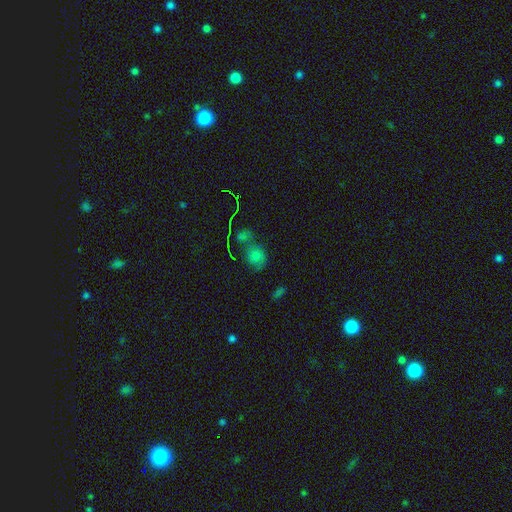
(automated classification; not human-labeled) A smooth galaxy with no disk features (57%) that is round (65%).

Vote fractions:
- Smooth or featured? smooth: 57% / star or artifact: 26% / featured or disk: 17%
- How rounded? round: 65% / in between: 33% / cigar-shaped: 2%
- Merging? none: 48% / merger: 23% / minor disturbance: 18% / major disturbance: 10%